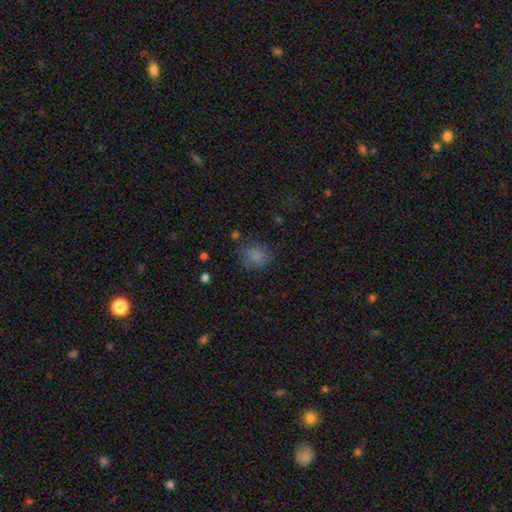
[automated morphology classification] Smooth or featured: smooth — 77% (star or artifact — 12%)
How rounded: round — 60% (in between — 39%)
Merging: none — 67% (minor disturbance — 21%)